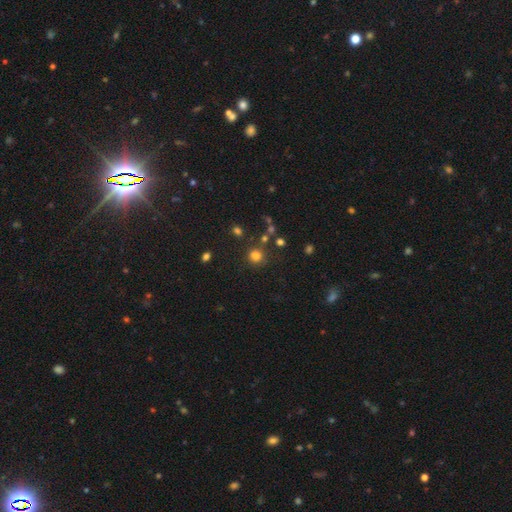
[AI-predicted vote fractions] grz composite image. It shows a smooth galaxy with no disk features (77%) that is round (89%). Merging: none (76%).